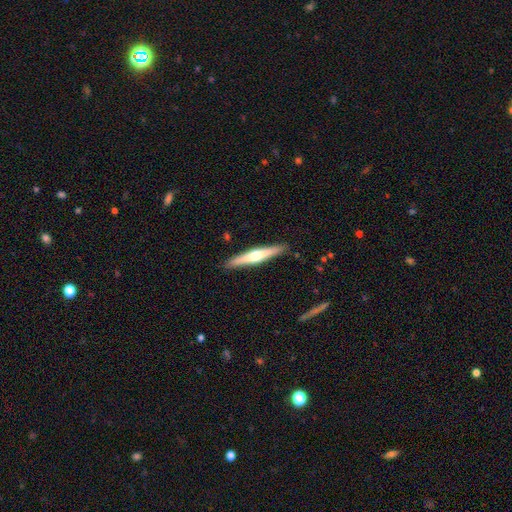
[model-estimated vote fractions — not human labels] This is possibly a featured or disk galaxy (58%). It is clearly viewed edge-on (96%). Edge-on bulge: clearly rounded (90%). Merging: clearly none (90%).